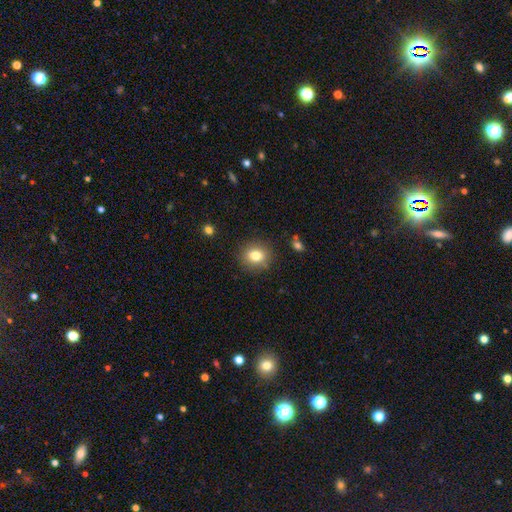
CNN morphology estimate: smooth-or-featured: smooth: 80% | star or artifact: 11% | featured or disk: 9%
  how-rounded: round: 77% | in between: 22% | cigar-shaped: 1%
  merging: none: 87% | minor disturbance: 9% | major disturbance: 3% | merger: 2%